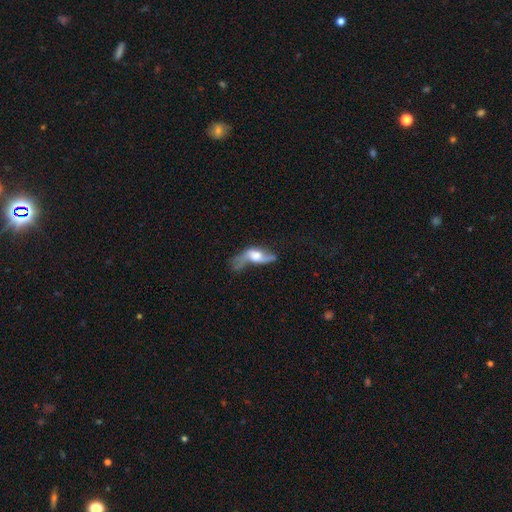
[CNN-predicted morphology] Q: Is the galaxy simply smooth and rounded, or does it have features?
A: featured or disk — 62%.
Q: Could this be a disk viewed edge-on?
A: no — 81%.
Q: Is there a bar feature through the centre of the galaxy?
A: no — 64%.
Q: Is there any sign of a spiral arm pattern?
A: yes — 70%.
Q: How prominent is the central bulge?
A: moderate — 42%.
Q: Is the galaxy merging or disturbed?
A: major disturbance — 41%.